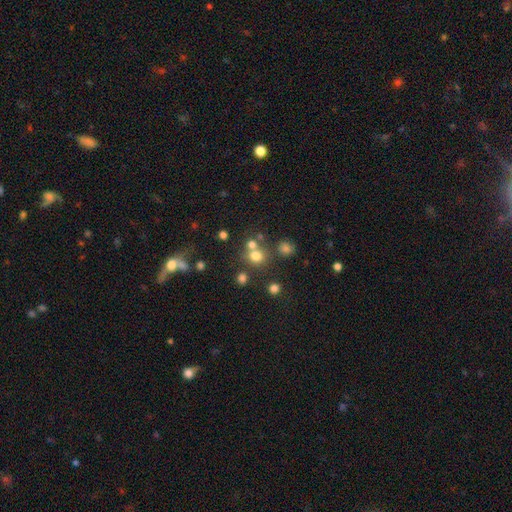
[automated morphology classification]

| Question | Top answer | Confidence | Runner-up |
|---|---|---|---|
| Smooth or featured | smooth | 71% | star or artifact (19%) |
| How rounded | round | 84% | in between (15%) |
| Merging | none | 60% | merger (27%) |